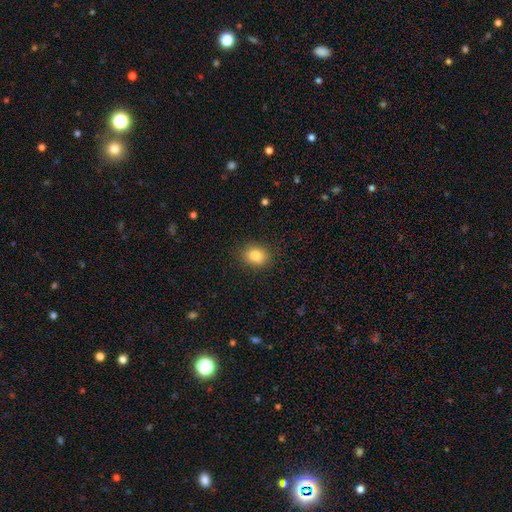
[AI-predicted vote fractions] Smooth or featured? smooth (83%)
How rounded? round (52%)
Merging? none (88%)